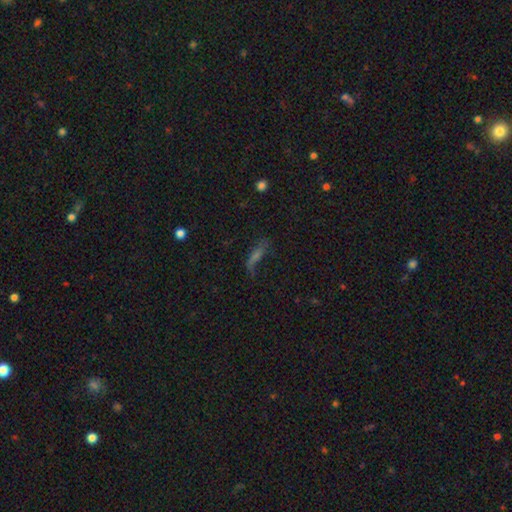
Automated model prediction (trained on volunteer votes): Morphology: type=smooth (38%); merging=none (48%).